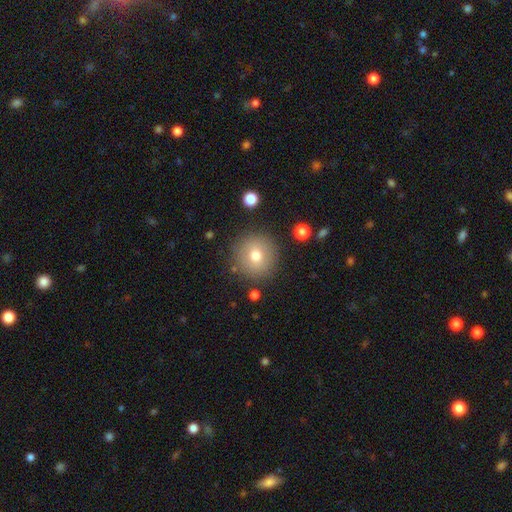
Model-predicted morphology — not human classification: A smooth galaxy with no disk features (74%) that is round (93%).

Vote fractions:
- Smooth or featured? smooth: 74% / featured or disk: 15% / star or artifact: 11%
- How rounded? round: 93% / in between: 6% / cigar-shaped: 1%
- Merging? none: 87% / minor disturbance: 8% / major disturbance: 3% / merger: 2%